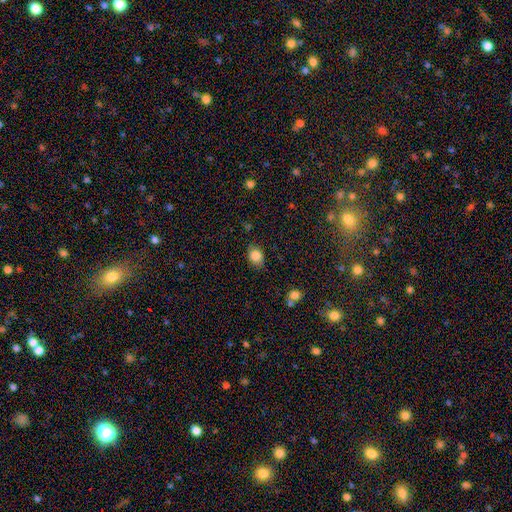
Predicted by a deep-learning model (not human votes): smooth-or-featured: smooth: 84% | star or artifact: 9% | featured or disk: 6%
  how-rounded: in between: 61% | round: 37% | cigar-shaped: 1%
  merging: none: 79% | minor disturbance: 16% | major disturbance: 3% | merger: 2%